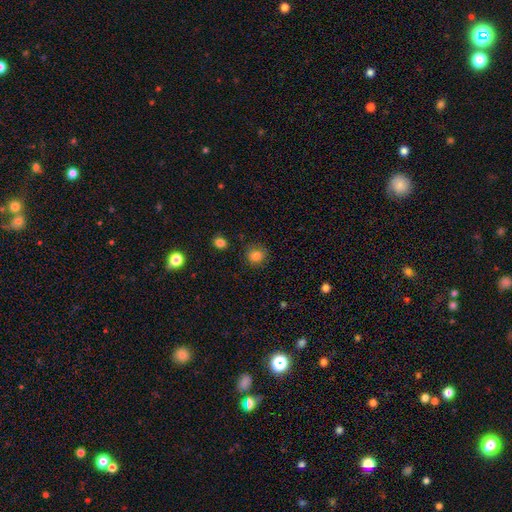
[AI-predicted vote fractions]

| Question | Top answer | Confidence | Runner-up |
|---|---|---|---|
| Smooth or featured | smooth | 84% | star or artifact (12%) |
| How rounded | round | 85% | in between (14%) |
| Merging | none | 80% | minor disturbance (13%) |